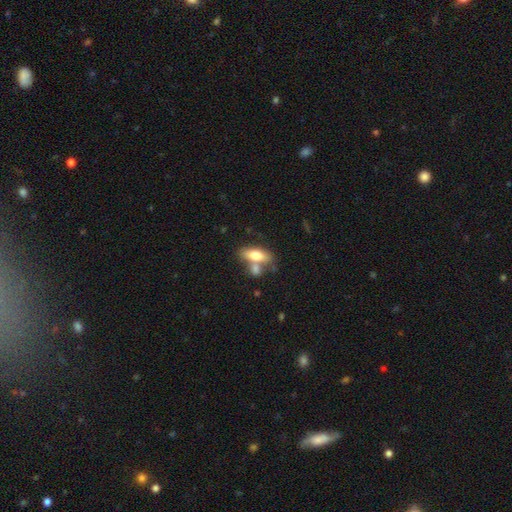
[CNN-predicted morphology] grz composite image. It shows a smooth galaxy with no disk features (68%) that is in between round and cigar-shaped (72%). Merging: none (49%).